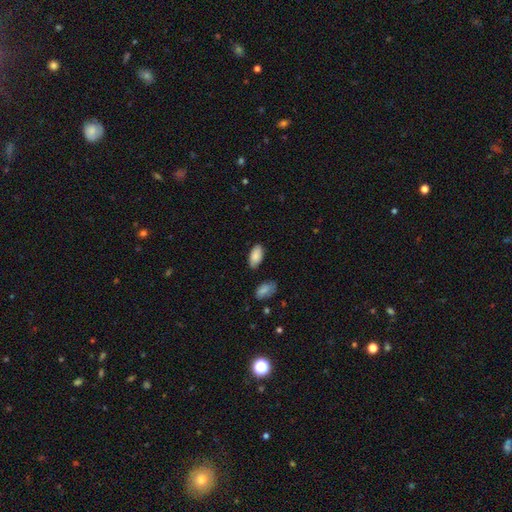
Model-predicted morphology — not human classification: Smooth or featured?
  - smooth: 85% *
  - featured or disk: 8%
  - star or artifact: 7%
How rounded?
  - in between: 94% *
  - cigar-shaped: 4%
  - round: 2%
Merging?
  - none: 79% *
  - minor disturbance: 15%
  - merger: 3%
  - major disturbance: 3%